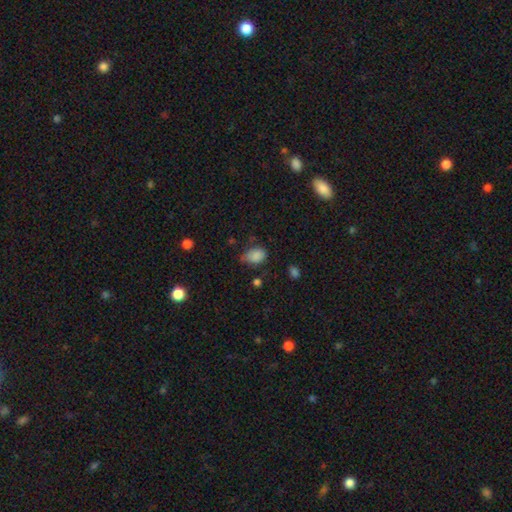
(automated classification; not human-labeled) A smooth galaxy with no disk features (84%) that is in between round and cigar-shaped (75%). Merging: none (53%).